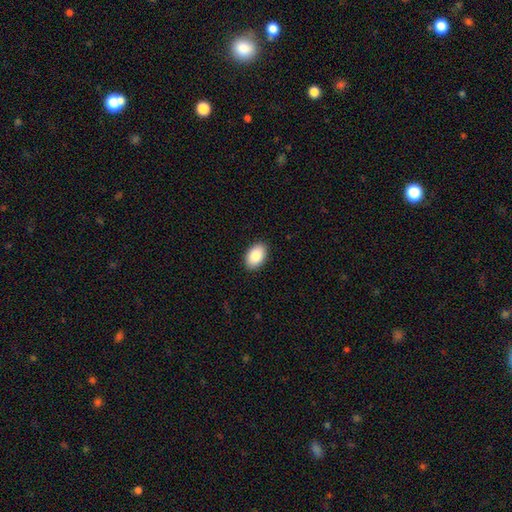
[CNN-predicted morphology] Smooth or featured?
  - smooth: 87% *
  - star or artifact: 7%
  - featured or disk: 6%
How rounded?
  - in between: 92% *
  - round: 7%
  - cigar-shaped: 1%
Merging?
  - none: 90% *
  - minor disturbance: 7%
  - major disturbance: 2%
  - merger: 1%